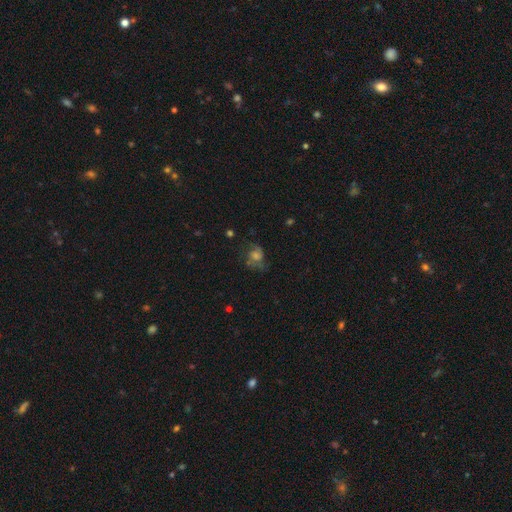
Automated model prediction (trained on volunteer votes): smooth_or_featured: featured or disk (p=0.50) [alt: smooth p=0.30]
merging: none (p=0.60) [alt: minor disturbance p=0.19]